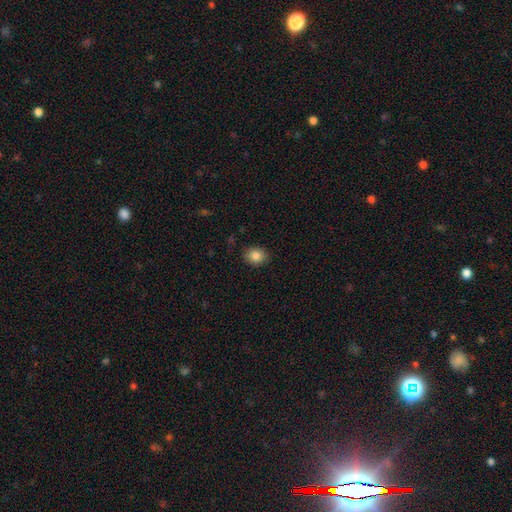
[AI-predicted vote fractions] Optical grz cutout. It shows a smooth galaxy with no disk features (84%) that is round (52%). Merging: none (86%).